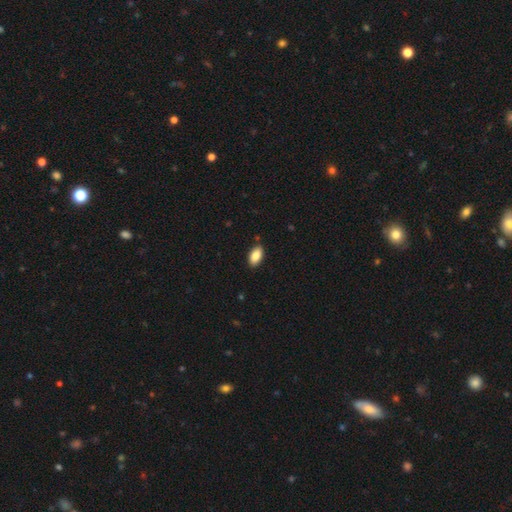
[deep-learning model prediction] Smooth or featured?
  - smooth: 88% *
  - star or artifact: 7%
  - featured or disk: 5%
How rounded?
  - in between: 94% *
  - round: 4%
  - cigar-shaped: 3%
Merging?
  - none: 88% *
  - minor disturbance: 9%
  - major disturbance: 2%
  - merger: 1%